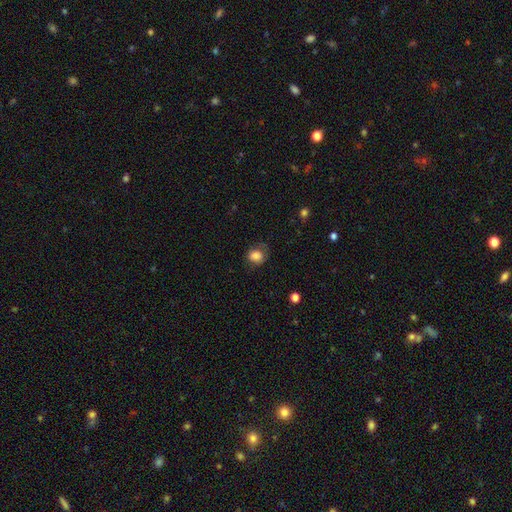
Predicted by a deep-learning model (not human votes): Smooth or featured? Predicted: smooth (p=0.81). How rounded? Predicted: round (p=0.65). Merging? Predicted: none (p=0.63).